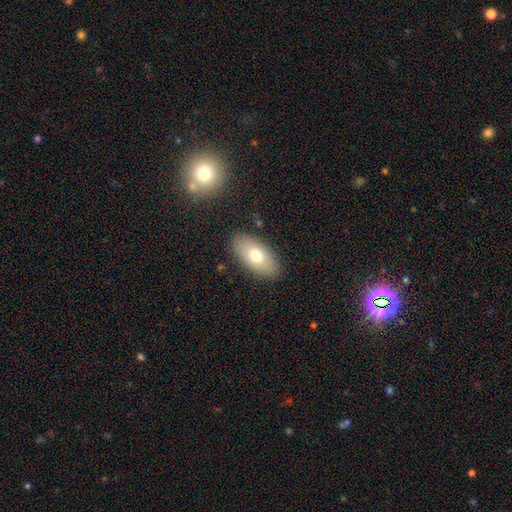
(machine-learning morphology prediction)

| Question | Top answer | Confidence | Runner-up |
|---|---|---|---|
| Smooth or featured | smooth | 70% | featured or disk (22%) |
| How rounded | in between | 92% | round (4%) |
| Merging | none | 86% | minor disturbance (10%) |